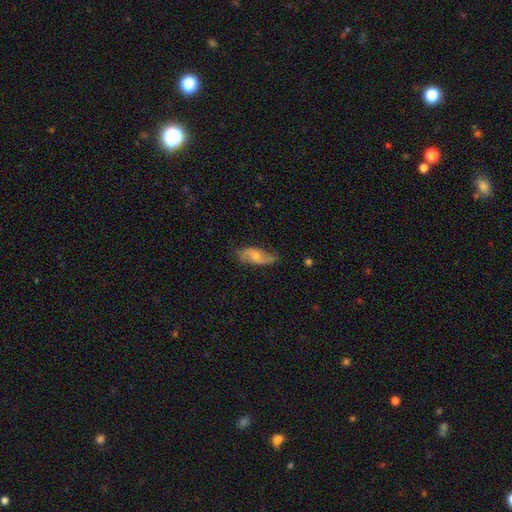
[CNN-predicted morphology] Smooth or featured? featured or disk (64%)
Edge-on disk? no (88%)
Bar? no (64%)
Spiral arms? yes (88%)
Bulge size? moderate (51%)
Merging? none (74%)